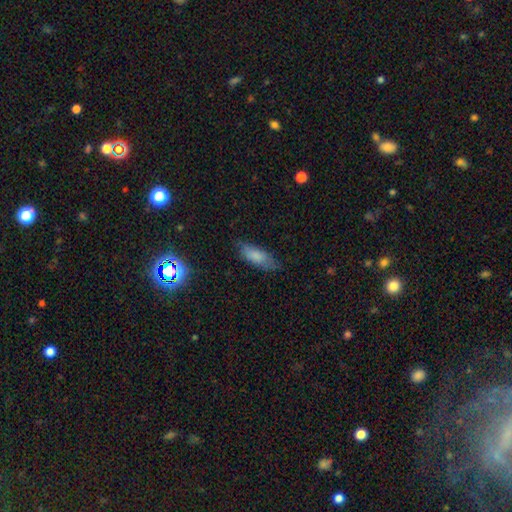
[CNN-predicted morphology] Overall: smooth (79%). How rounded: in between (70%). Merging: none (71%).